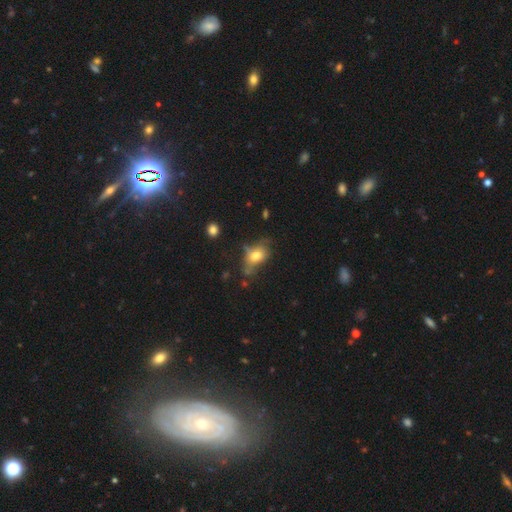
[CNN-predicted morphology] A smooth galaxy with no disk features (68%) that is in between round and cigar-shaped (76%).

Vote fractions:
- Smooth or featured? smooth: 68% / featured or disk: 20% / star or artifact: 11%
- How rounded? in between: 76% / round: 21% / cigar-shaped: 3%
- Merging? none: 40% / minor disturbance: 30% / major disturbance: 22% / merger: 8%